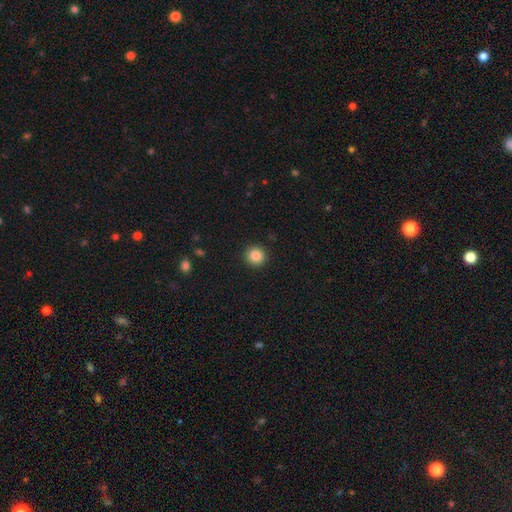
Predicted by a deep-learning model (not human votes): This appears to be a smooth galaxy with no disk features (86%) that is round (93%). Merging: none (92%).